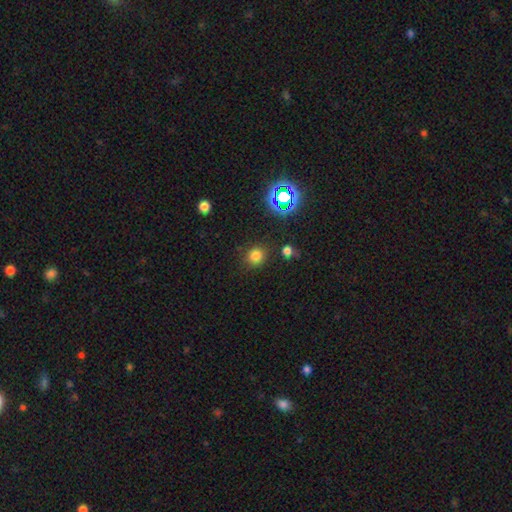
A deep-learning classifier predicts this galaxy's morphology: Smooth or featured? Predicted: smooth (p=0.75). How rounded? Predicted: round (p=0.87). Merging? Predicted: none (p=0.85).